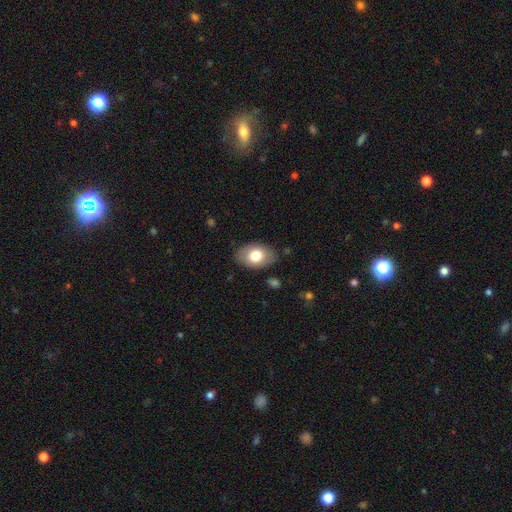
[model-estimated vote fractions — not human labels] Overall: smooth (74%). How rounded: in between (88%). Merging: none (83%).